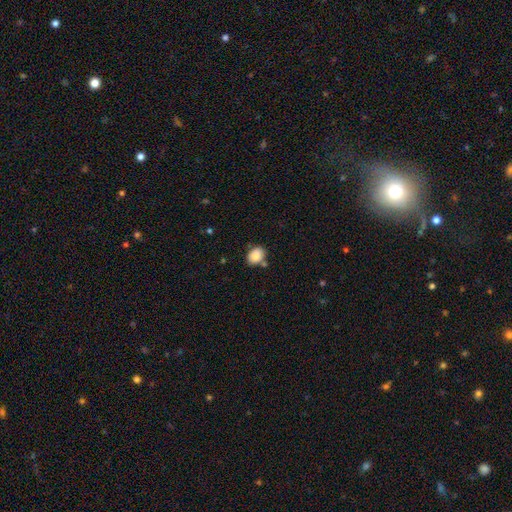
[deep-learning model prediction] smooth-or-featured: smooth: 86% | star or artifact: 8% | featured or disk: 6%
  how-rounded: in between: 68% | round: 31% | cigar-shaped: 1%
  merging: none: 70% | minor disturbance: 16% | merger: 11% | major disturbance: 4%